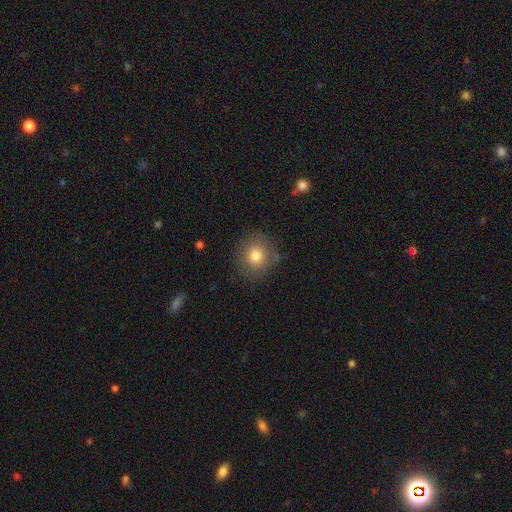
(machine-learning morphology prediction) The model was most divided on "smooth or featured": smooth: 79%, featured or disk: 11%, star or artifact: 10%. More confident: how rounded — round (90%); merging — none (84%).